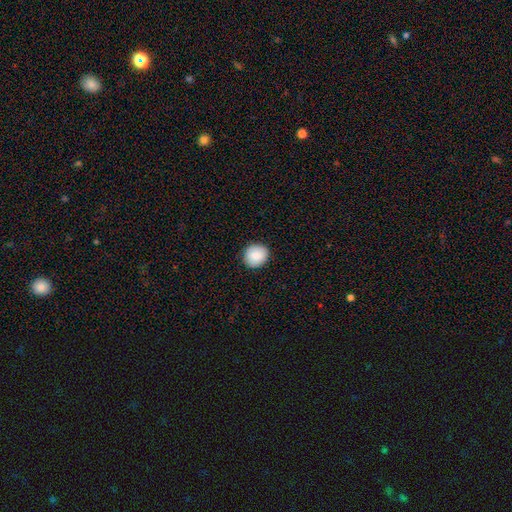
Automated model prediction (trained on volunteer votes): smooth-or-featured: smooth: 86% | star or artifact: 7% | featured or disk: 6%
  how-rounded: round: 86% | in between: 13% | cigar-shaped: 1%
  merging: none: 90% | minor disturbance: 7% | major disturbance: 2% | merger: 1%